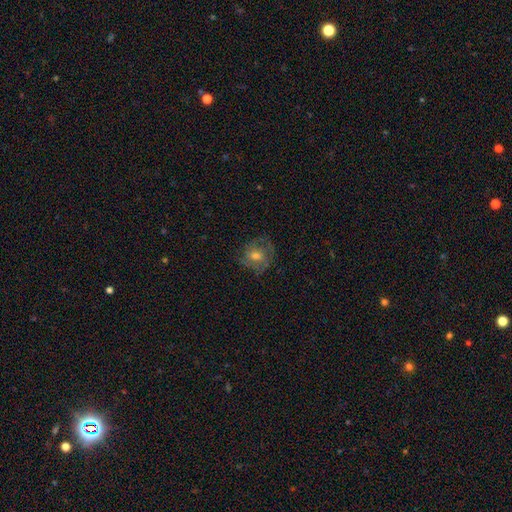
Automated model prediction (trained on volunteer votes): A featured or disk galaxy (55%) with no bar (60%), spiral arms (78%) and a moderate central bulge (60%). Merging: none (72%).